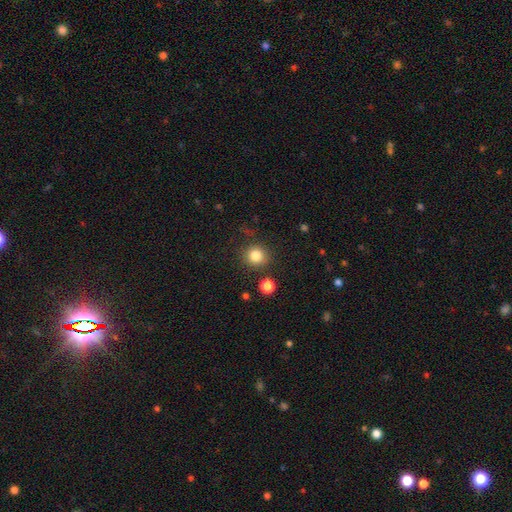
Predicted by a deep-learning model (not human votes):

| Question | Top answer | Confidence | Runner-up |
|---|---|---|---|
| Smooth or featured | smooth | 82% | star or artifact (12%) |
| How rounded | round | 90% | in between (9%) |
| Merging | none | 85% | minor disturbance (8%) |